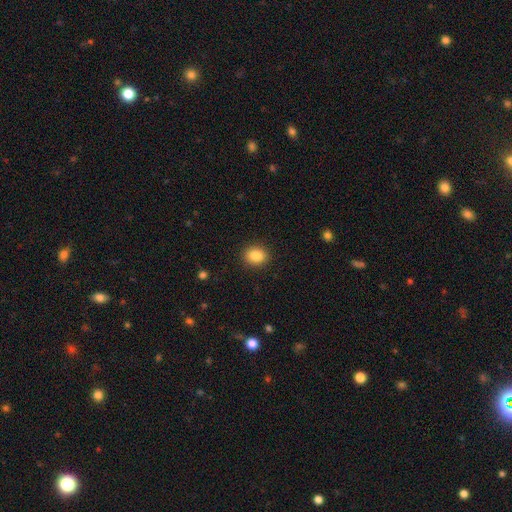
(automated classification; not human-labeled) smooth_or_featured: smooth (p=0.86) [alt: star or artifact p=0.09]
how_rounded: round (p=0.63) [alt: in between p=0.36]
merging: none (p=0.90) [alt: minor disturbance p=0.07]